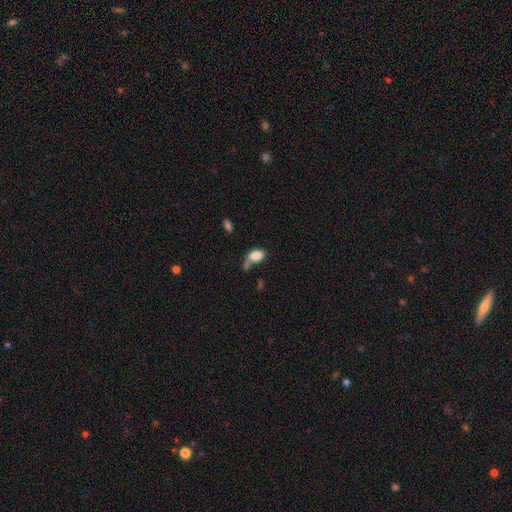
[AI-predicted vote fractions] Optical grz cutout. It shows a smooth galaxy with no disk features (82%) that is in between round and cigar-shaped (87%). Merging: none (38%).